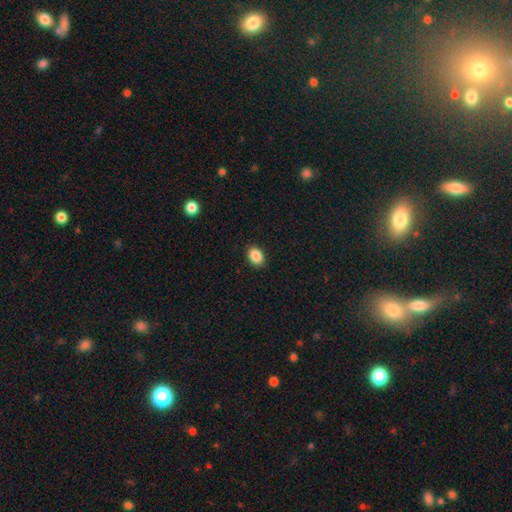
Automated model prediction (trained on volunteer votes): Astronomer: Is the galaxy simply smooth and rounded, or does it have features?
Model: smooth — 88%.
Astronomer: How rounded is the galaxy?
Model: in between — 70%.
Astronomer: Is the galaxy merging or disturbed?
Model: none — 91%.